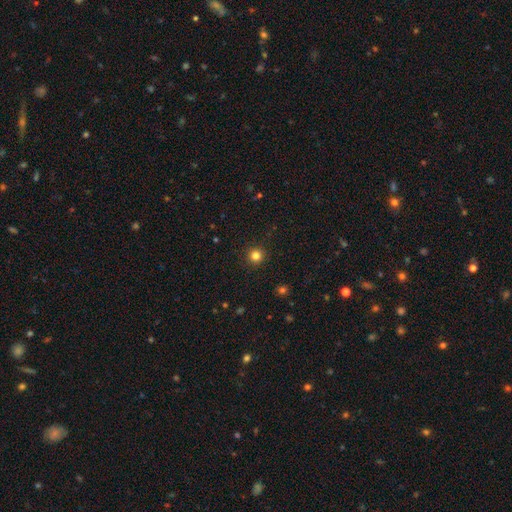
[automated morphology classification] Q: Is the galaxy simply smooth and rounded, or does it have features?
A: smooth — 82%.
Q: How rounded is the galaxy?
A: round — 96%.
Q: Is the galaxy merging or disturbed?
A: none — 92%.